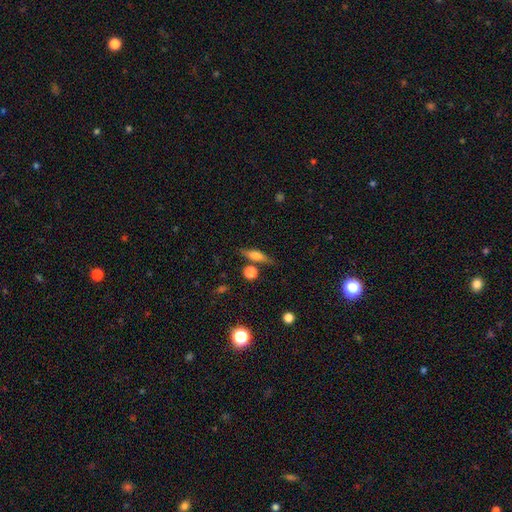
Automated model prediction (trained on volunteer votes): Morphology: type=smooth (51%); roundness=cigar-shaped (59%); merging=none (75%).